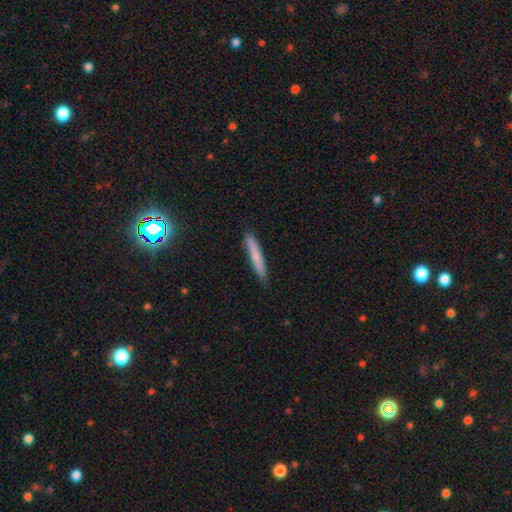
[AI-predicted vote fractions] Smooth or featured: smooth — 70% (featured or disk — 22%)
How rounded: cigar-shaped — 95% (in between — 4%)
Merging: none — 87% (minor disturbance — 10%)